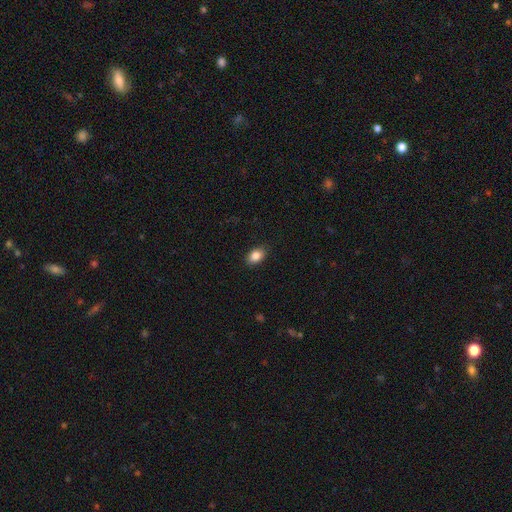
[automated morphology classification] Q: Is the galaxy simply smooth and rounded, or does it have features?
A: smooth — 86%.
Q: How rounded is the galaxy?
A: in between — 83%.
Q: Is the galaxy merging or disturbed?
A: none — 87%.